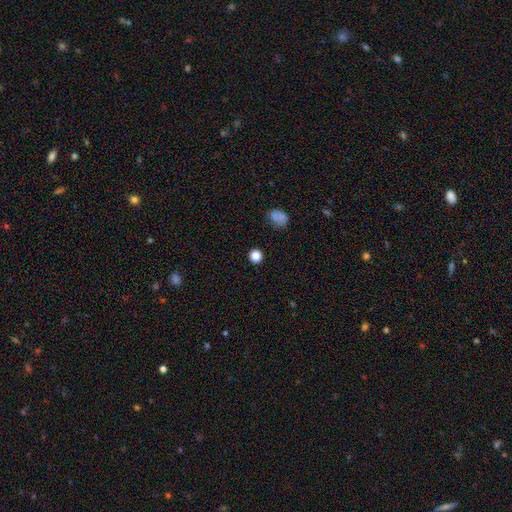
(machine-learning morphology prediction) This appears to be a smooth galaxy with no disk features (84%) that is round (92%). Merging: none (91%).